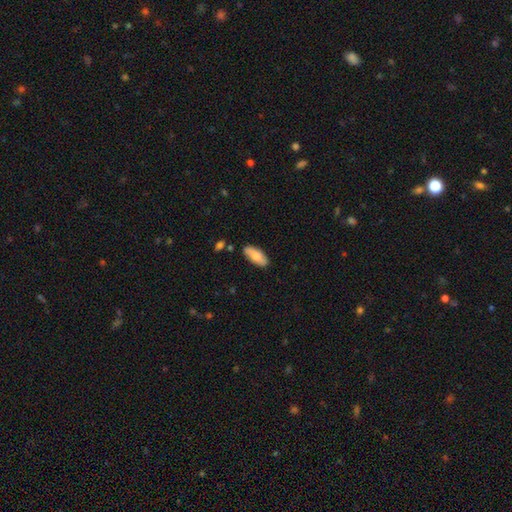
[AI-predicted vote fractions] A smooth galaxy with no disk features (76%) that is in between round and cigar-shaped (81%).

Vote fractions:
- Smooth or featured? smooth: 76% / featured or disk: 18% / star or artifact: 6%
- How rounded? in between: 81% / cigar-shaped: 17% / round: 2%
- Merging? none: 81% / minor disturbance: 14% / merger: 3% / major disturbance: 2%